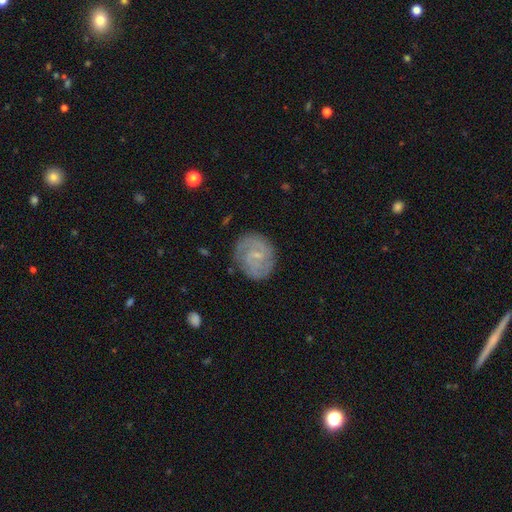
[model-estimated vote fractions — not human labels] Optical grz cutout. It shows a featured or disk galaxy (75%) with a weak bar (54%), 2 (65%) tight (49%) spiral arms (93%) and a small central bulge (73%). Merging: none (78%).